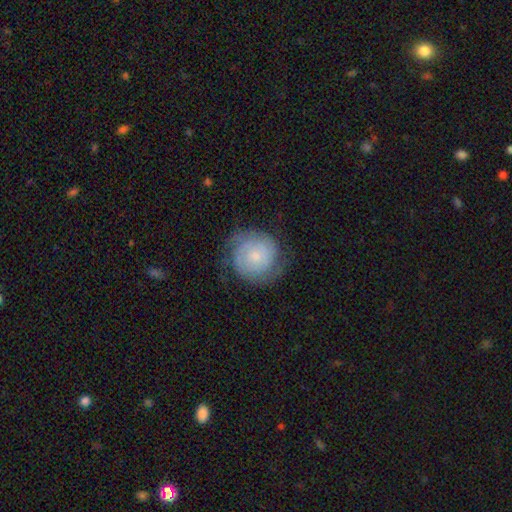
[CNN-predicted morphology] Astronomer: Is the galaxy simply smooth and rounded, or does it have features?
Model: featured or disk — 58% (runner-up: smooth, 35%).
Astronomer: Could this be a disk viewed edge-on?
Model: no — 98%.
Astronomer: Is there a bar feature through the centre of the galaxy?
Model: no — 78%.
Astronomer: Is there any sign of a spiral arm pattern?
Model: yes — 88%.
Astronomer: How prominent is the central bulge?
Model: small — 67%.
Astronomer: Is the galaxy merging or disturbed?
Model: none — 70%.